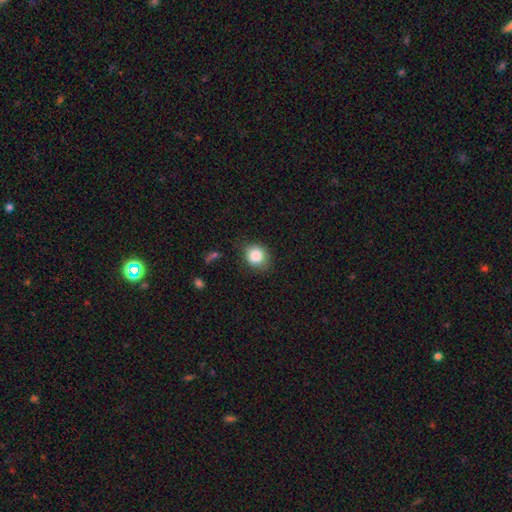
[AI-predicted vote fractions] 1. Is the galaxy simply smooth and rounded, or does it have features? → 85% smooth, 9% star or artifact, 5% featured or disk.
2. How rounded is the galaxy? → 71% round, 28% in between, 1% cigar-shaped.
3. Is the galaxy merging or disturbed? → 78% none, 16% minor disturbance, 4% major disturbance, 2% merger.